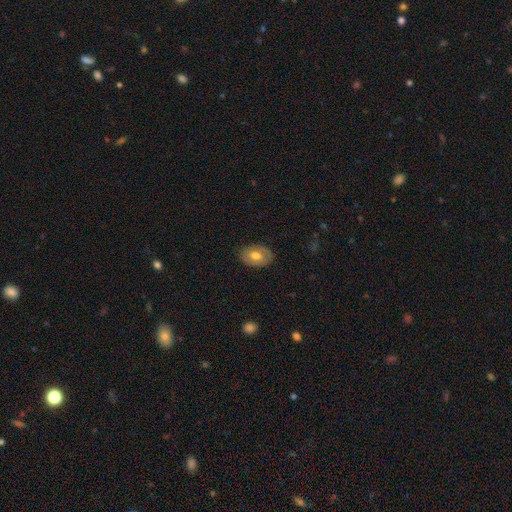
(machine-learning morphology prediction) Smooth or featured? smooth (62%)
How rounded? in between (79%)
Merging? none (83%)